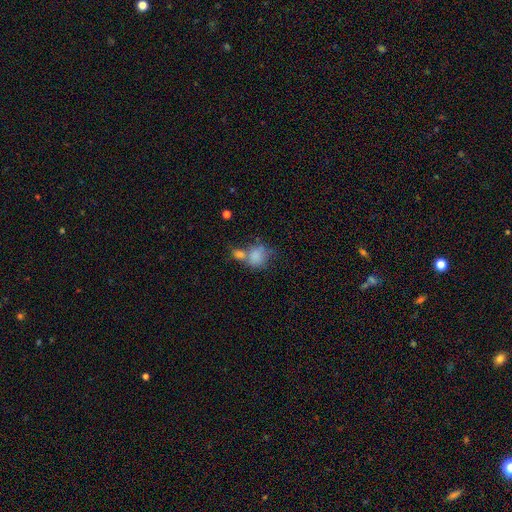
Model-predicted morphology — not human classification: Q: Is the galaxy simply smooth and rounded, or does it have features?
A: smooth — 77%.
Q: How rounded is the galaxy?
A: in between — 50%.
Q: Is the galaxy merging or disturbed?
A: merger — 50%.